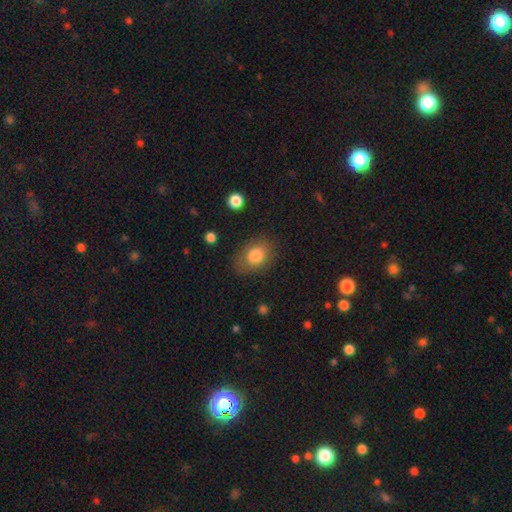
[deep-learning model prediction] smooth 80%, featured or disk 11%, star or artifact 9%. Down the decision tree: how rounded — in between (64%); merging — none (78%).